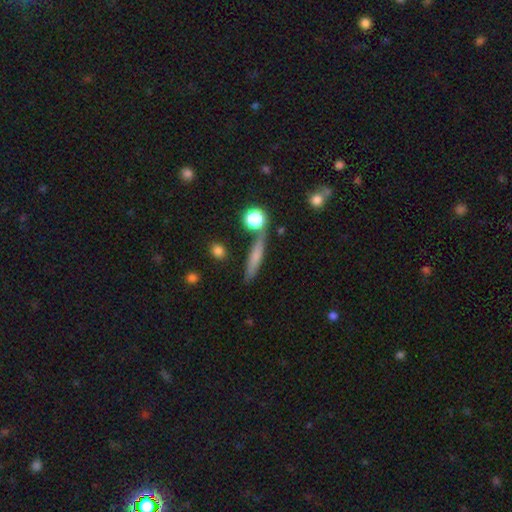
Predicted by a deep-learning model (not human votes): This appears to be a smooth galaxy with no disk features (61%) that is cigar-shaped (83%). Merging: none (72%).